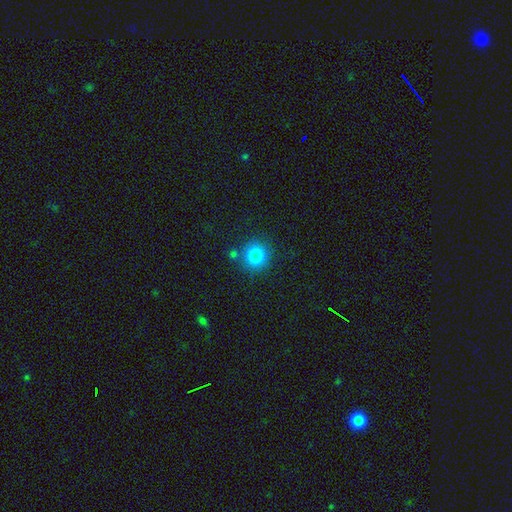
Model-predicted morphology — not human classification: This is clearly a smooth galaxy (81%). How rounded: clearly round (93%). Merging: clearly none (80%).